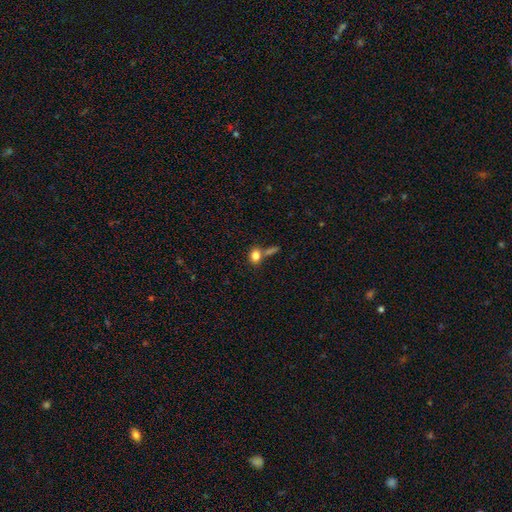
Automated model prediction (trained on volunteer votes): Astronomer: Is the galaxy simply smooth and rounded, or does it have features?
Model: smooth — 82%.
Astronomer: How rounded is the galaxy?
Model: in between — 56% (runner-up: round, 41%).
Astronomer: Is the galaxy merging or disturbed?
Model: none — 53% (runner-up: merger, 29%).